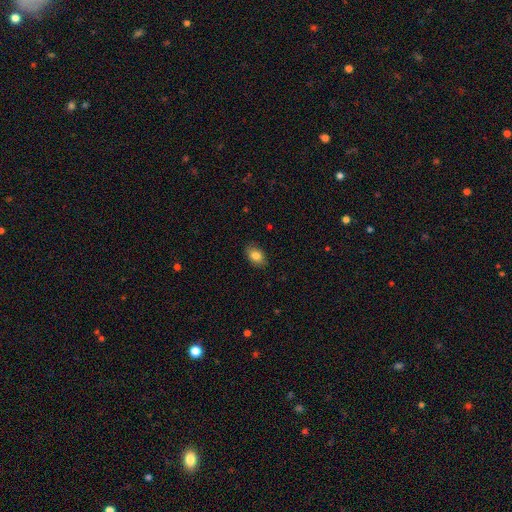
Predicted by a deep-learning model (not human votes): The model was most divided on "how rounded": in between: 81%, round: 18%, cigar-shaped: 1%. More confident: merging — none (85%); smooth or featured — smooth (84%).